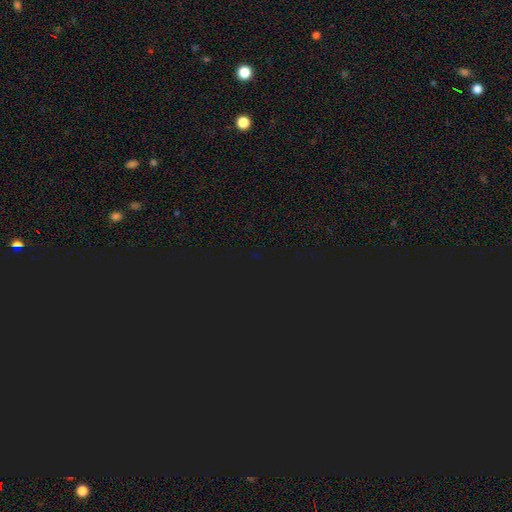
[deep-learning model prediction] Smooth or featured? star or artifact (80%)